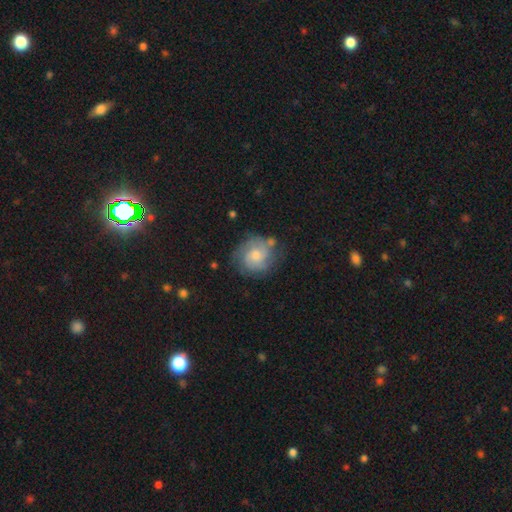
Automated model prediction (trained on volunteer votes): A featured or disk galaxy (67%) with no bar (70%), 2 (46%) tight (58%) spiral arms (91%) and a moderate central bulge (50%).

Vote fractions:
- Smooth or featured? featured or disk: 67% / smooth: 24% / star or artifact: 8%
- Edge-on disk? no: 98% / yes: 2%
- Bar? no: 70% / weak: 26% / strong: 4%
- Spiral arms? yes: 91% / no: 9%
- Spiral winding? tight: 58% / medium: 33% / loose: 9%
- Spiral arm count? 2: 46% / can't tell: 26% / 3: 17% / 4: 4% / 1: 4% / more than 4: 3%
- Bulge size? moderate: 50% / small: 42% / large: 4% / none: 3% / dominant: 1%
- Merging? none: 72% / minor disturbance: 18% / major disturbance: 6% / merger: 4%